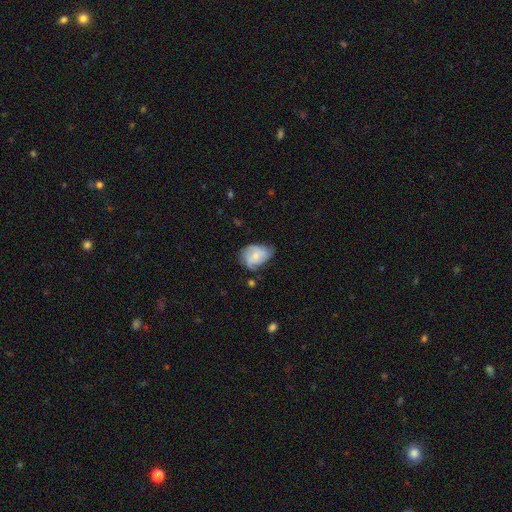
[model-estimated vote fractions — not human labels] The model was most divided on "merging": none: 44%, minor disturbance: 40%, major disturbance: 14%, merger: 3%. Remaining: smooth or featured — smooth (50%).